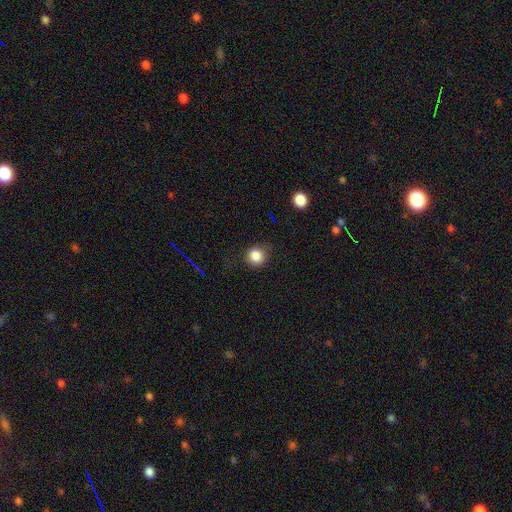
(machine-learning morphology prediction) type=smooth (84%); roundness=round (89%); merging=none (81%).